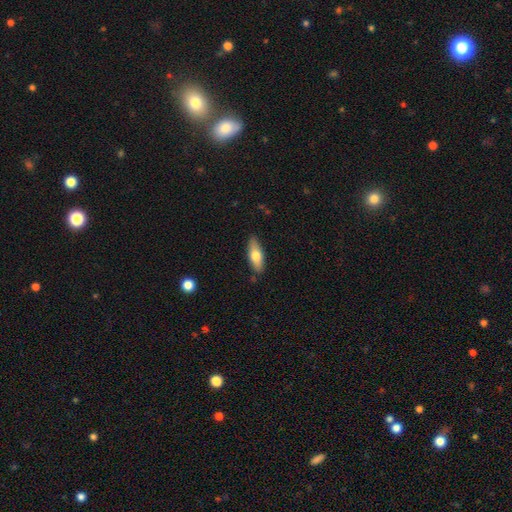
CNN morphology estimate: smooth_or_featured: smooth (p=0.67) [alt: featured or disk p=0.28]
how_rounded: in between (p=0.62) [alt: cigar-shaped p=0.36]
merging: none (p=0.86) [alt: minor disturbance p=0.11]